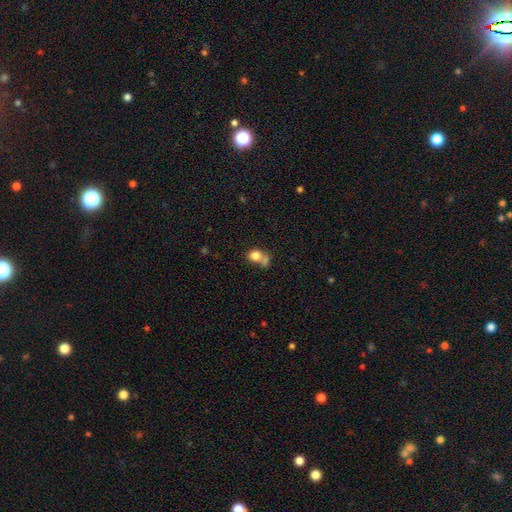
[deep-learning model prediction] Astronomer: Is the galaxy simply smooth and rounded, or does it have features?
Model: smooth — 78%.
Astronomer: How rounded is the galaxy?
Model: round — 59% (runner-up: in between, 40%).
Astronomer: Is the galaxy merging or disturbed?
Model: merger — 47% (runner-up: none, 33%).